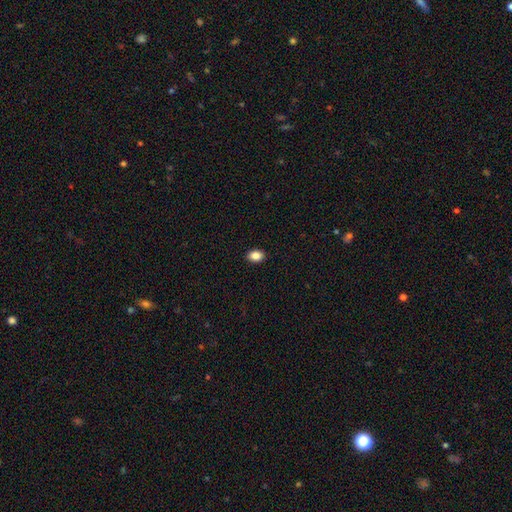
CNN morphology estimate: smooth 87%, star or artifact 9%, featured or disk 4%. Down the decision tree: how rounded — in between (79%); merging — none (91%).